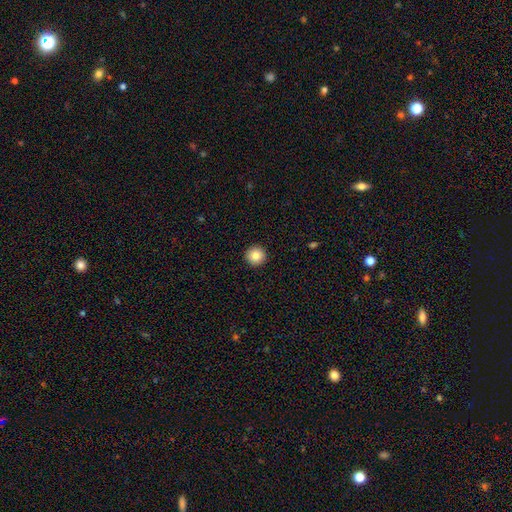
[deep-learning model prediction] smooth-or-featured: smooth: 86% | star or artifact: 9% | featured or disk: 5%
  how-rounded: round: 96% | in between: 3% | cigar-shaped: 1%
  merging: none: 93% | minor disturbance: 4% | major disturbance: 1% | merger: 1%